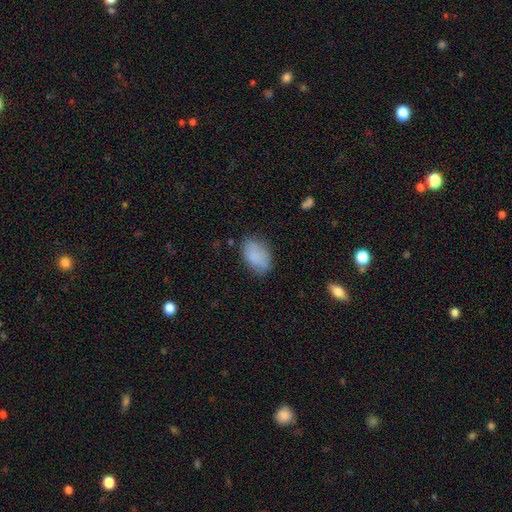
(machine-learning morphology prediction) Smooth or featured? Predicted: smooth (p=0.84). How rounded? Predicted: in between (p=0.91). Merging? Predicted: none (p=0.73).